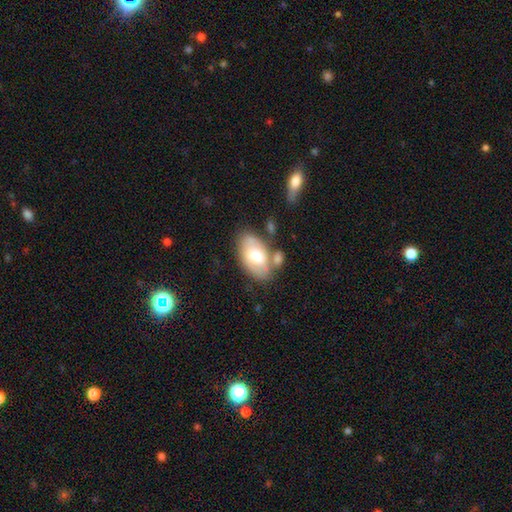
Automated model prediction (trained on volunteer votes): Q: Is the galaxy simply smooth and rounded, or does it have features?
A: smooth — 58%.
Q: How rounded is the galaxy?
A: in between — 93%.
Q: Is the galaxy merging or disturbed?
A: none — 54%.